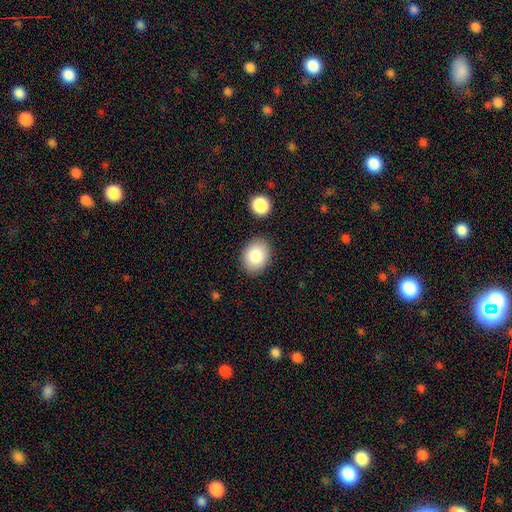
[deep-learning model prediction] Smooth or featured? Predicted: smooth (p=0.84). How rounded? Predicted: in between (p=0.64). Merging? Predicted: none (p=0.85).